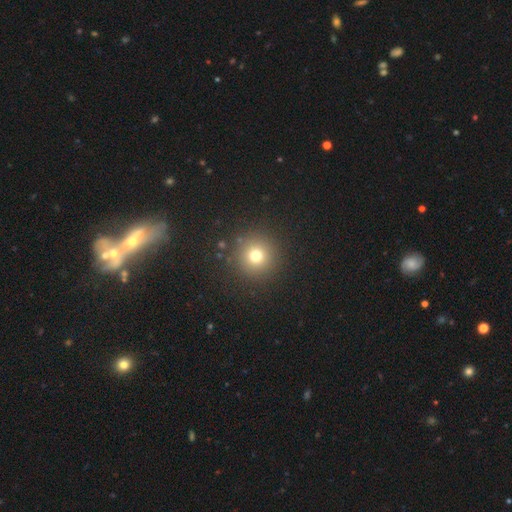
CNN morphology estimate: Smooth or featured? smooth (73%)
How rounded? round (95%)
Merging? none (90%)